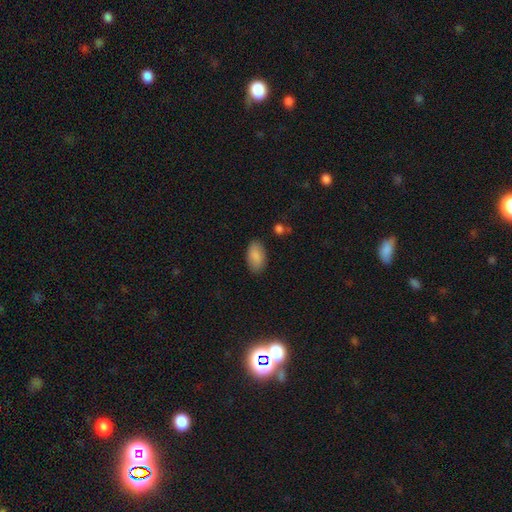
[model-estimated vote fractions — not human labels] This appears to be a smooth galaxy with no disk features (87%) that is in between round and cigar-shaped (94%). Merging: none (84%).